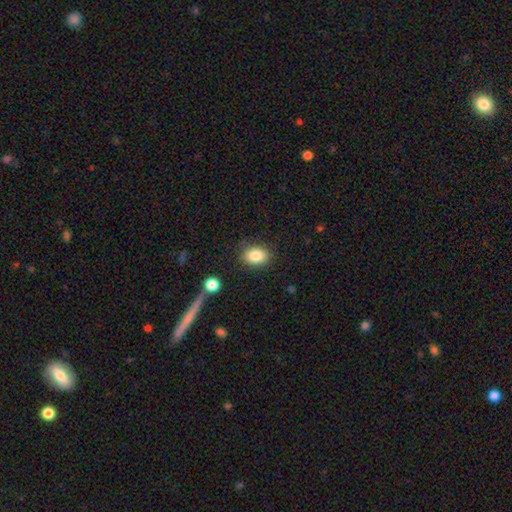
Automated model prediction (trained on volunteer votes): smooth_or_featured: smooth (p=0.85) [alt: star or artifact p=0.08]
how_rounded: in between (p=0.70) [alt: round p=0.28]
merging: none (p=0.83) [alt: minor disturbance p=0.11]